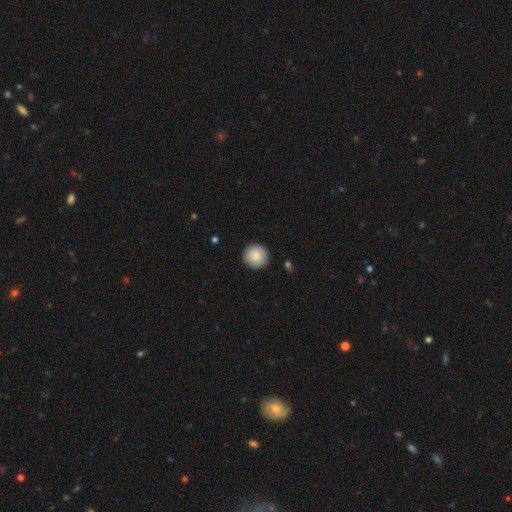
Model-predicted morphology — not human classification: Smooth or featured: smooth — 87% (star or artifact — 7%)
How rounded: round — 95% (in between — 4%)
Merging: none — 90% (minor disturbance — 7%)